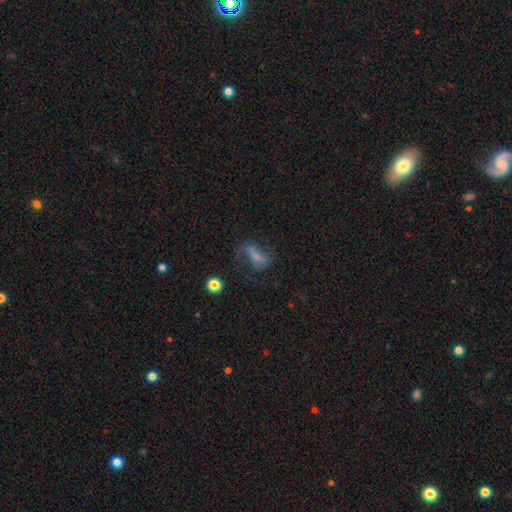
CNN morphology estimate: A smooth galaxy with no disk features (51%) that is in between round and cigar-shaped (62%). Merging: none (39%).